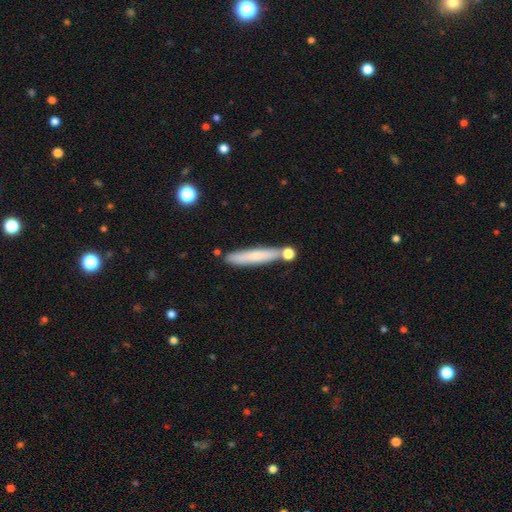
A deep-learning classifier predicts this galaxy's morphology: Smooth or featured? Predicted: smooth (p=0.70). How rounded? Predicted: cigar-shaped (p=0.92). Merging? Predicted: none (p=0.77).